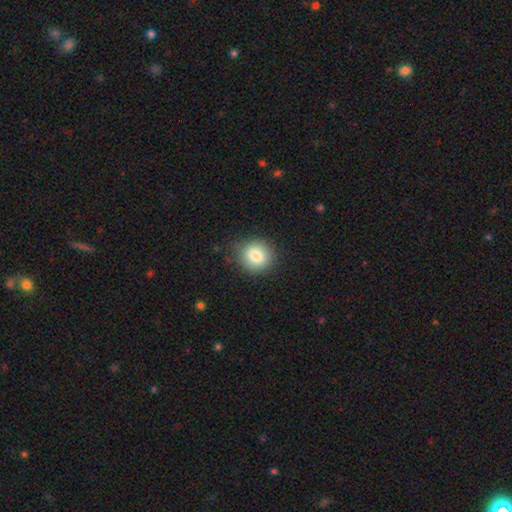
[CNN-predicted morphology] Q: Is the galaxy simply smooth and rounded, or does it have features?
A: smooth — 83%.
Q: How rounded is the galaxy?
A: round — 81%.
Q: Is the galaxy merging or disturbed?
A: none — 83%.